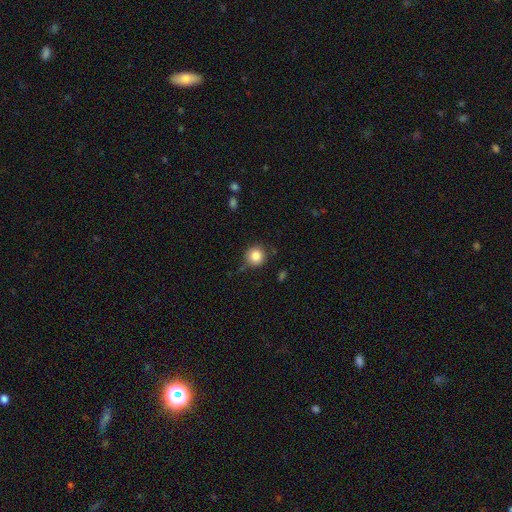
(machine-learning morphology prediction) smooth_or_featured: smooth (p=0.85) [alt: star or artifact p=0.10]
how_rounded: round (p=0.93) [alt: in between p=0.06]
merging: none (p=0.82) [alt: minor disturbance p=0.12]